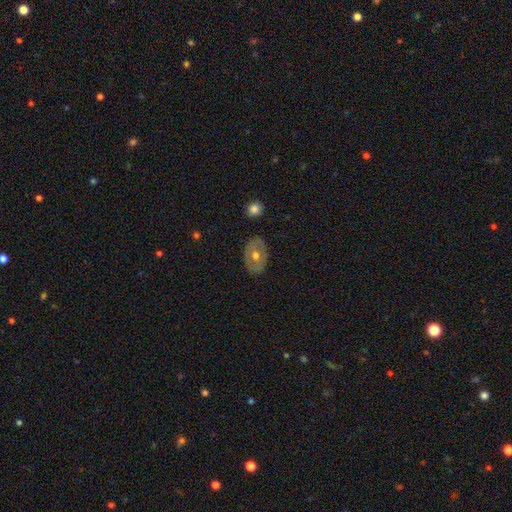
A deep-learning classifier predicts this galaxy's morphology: A smooth galaxy with no disk features (47%).

Vote fractions:
- Smooth or featured? smooth: 47% / featured or disk: 46% / star or artifact: 7%
- Merging? none: 83% / minor disturbance: 13% / major disturbance: 3% / merger: 1%